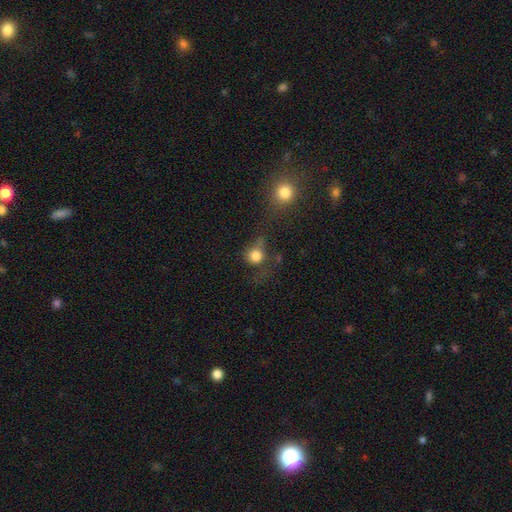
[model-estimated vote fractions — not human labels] Smooth or featured?
  - smooth: 76% *
  - star or artifact: 14%
  - featured or disk: 10%
How rounded?
  - round: 84% *
  - in between: 15%
  - cigar-shaped: 1%
Merging?
  - none: 43% *
  - major disturbance: 22%
  - minor disturbance: 20%
  - merger: 16%